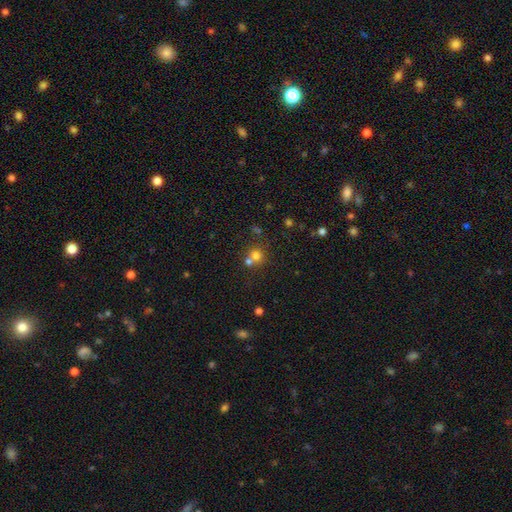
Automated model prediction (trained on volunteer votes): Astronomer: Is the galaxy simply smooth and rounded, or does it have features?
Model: smooth — 69%.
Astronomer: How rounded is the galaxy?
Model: round — 87%.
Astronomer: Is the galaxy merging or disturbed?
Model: none — 50% (runner-up: merger, 41%).